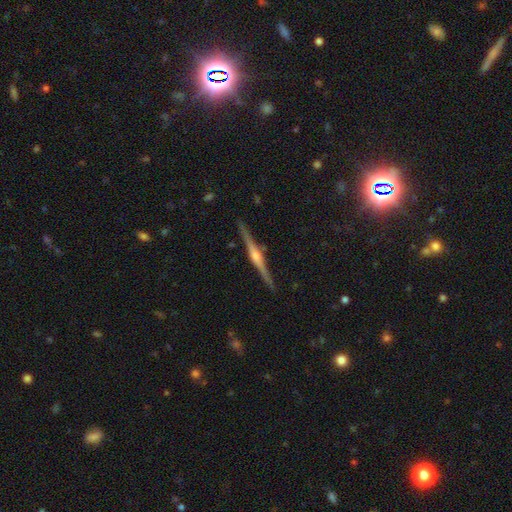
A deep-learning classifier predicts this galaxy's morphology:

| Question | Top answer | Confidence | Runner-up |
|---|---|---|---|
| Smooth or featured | featured or disk | 87% | smooth (8%) |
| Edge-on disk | yes | 99% | no (1%) |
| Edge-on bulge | rounded | 87% | boxy (9%) |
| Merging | none | 92% | minor disturbance (6%) |